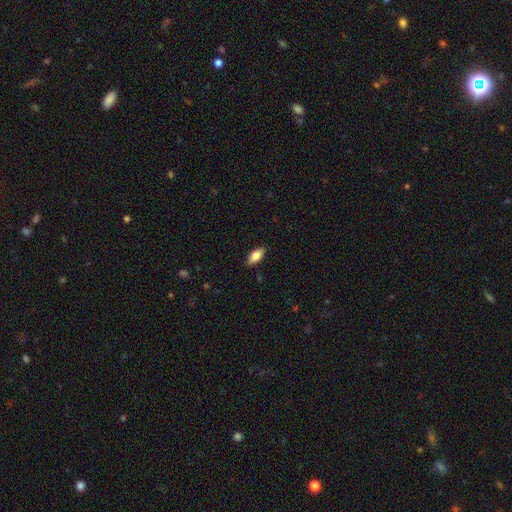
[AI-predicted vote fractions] Overall: smooth (78%). How rounded: in between (86%). Merging: none (87%).